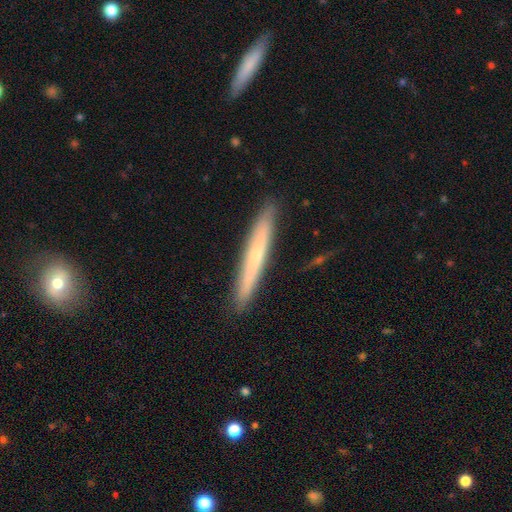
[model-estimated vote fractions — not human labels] A featured or disk galaxy (48%).

Vote fractions:
- Smooth or featured? featured or disk: 48% / smooth: 46% / star or artifact: 6%
- Merging? none: 91% / minor disturbance: 7% / major disturbance: 1% / merger: 1%